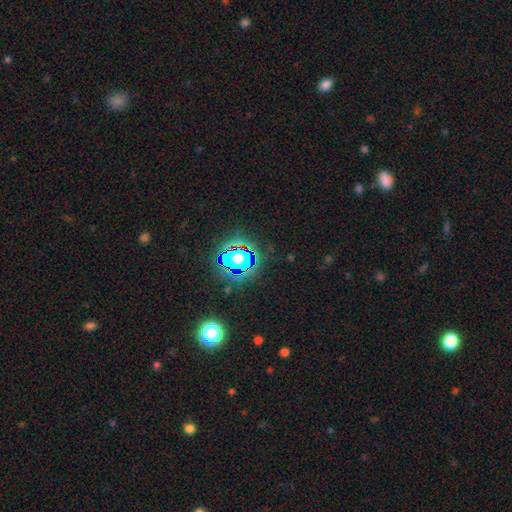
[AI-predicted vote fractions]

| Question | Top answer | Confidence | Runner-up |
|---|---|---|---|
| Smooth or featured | star or artifact | 81% | smooth (12%) |